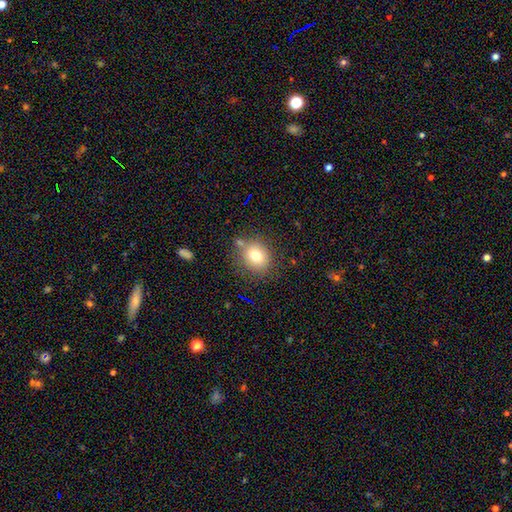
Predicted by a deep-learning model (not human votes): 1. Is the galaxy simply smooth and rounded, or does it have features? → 76% smooth, 12% featured or disk, 12% star or artifact.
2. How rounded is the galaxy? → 66% round, 33% in between, 1% cigar-shaped.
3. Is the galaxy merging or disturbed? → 74% none, 14% minor disturbance, 8% merger, 5% major disturbance.